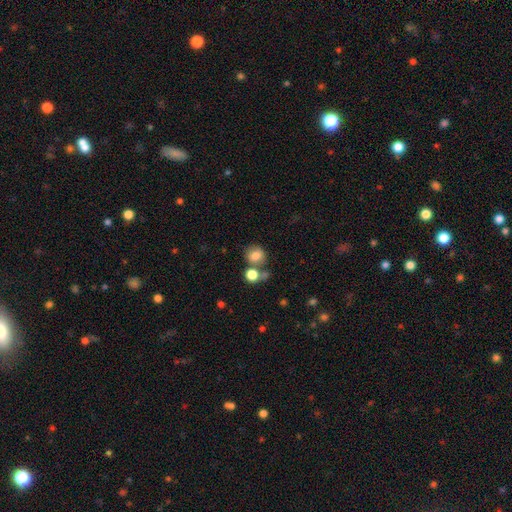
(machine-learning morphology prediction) Smooth or featured: smooth — 79% (star or artifact — 11%)
How rounded: round — 71% (in between — 28%)
Merging: none — 56% (merger — 26%)